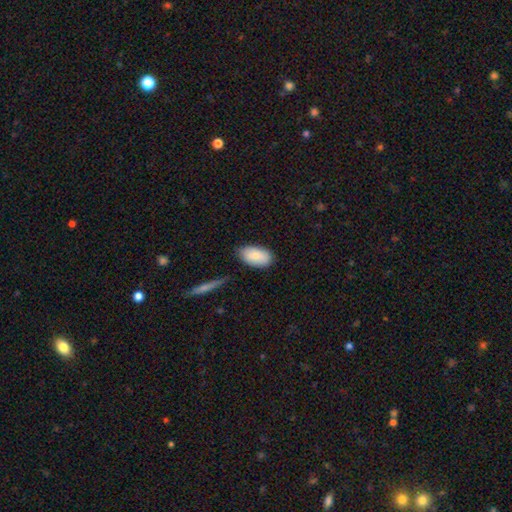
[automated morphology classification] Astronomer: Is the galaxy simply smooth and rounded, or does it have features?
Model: smooth — 84%.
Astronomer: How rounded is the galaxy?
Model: in between — 94%.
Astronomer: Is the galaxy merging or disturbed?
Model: none — 79%.